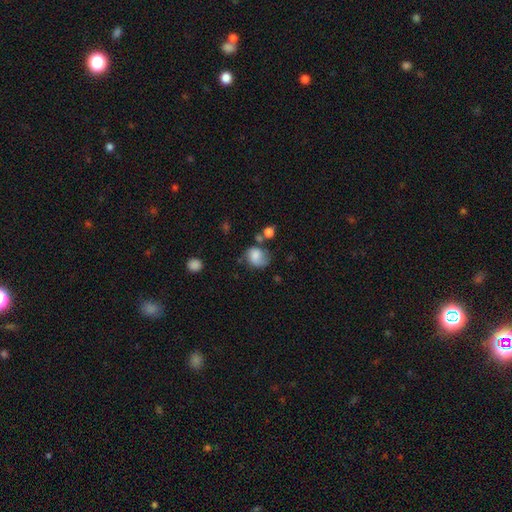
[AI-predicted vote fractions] A smooth galaxy with no disk features (70%) that is round (54%).

Vote fractions:
- Smooth or featured? smooth: 70% / featured or disk: 20% / star or artifact: 10%
- How rounded? round: 54% / in between: 45% / cigar-shaped: 1%
- Merging? none: 41% / minor disturbance: 30% / major disturbance: 19% / merger: 9%